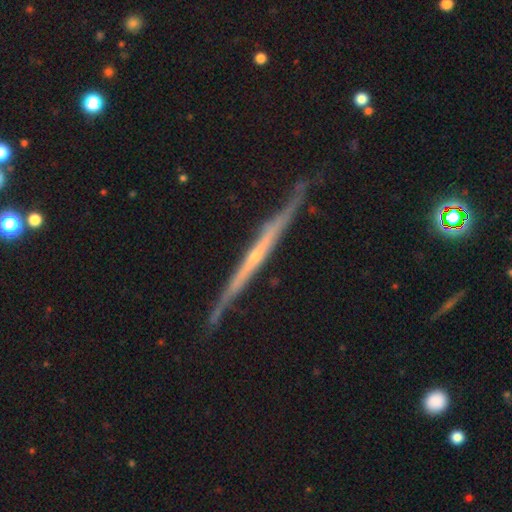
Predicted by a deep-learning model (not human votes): A featured or disk galaxy (82%) viewed edge-on (96%) with no central bulge (50%). Merging: none (73%).